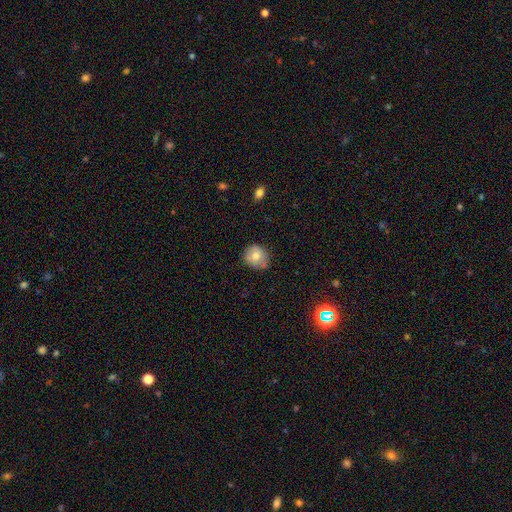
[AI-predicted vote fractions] Smooth or featured? Predicted: smooth (p=0.74). How rounded? Predicted: round (p=0.79). Merging? Predicted: none (p=0.71).